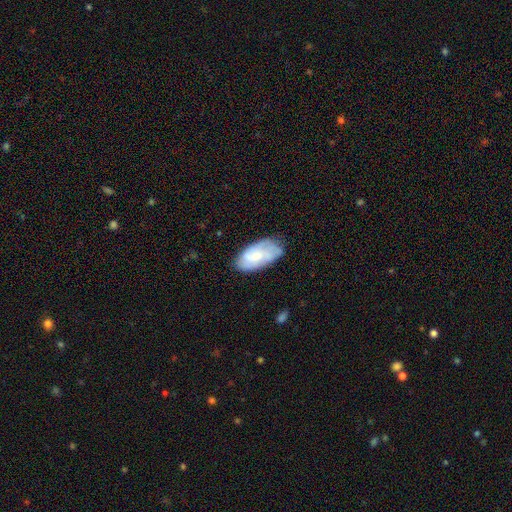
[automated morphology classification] A smooth galaxy with no disk features (51%) that is in between round and cigar-shaped (93%). Merging: none (71%).